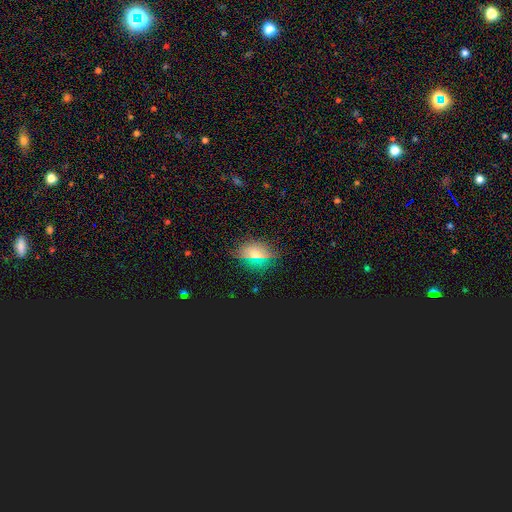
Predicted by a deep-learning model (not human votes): Morphology: type=smooth (56%); roundness=in between (61%); merging=none (85%).